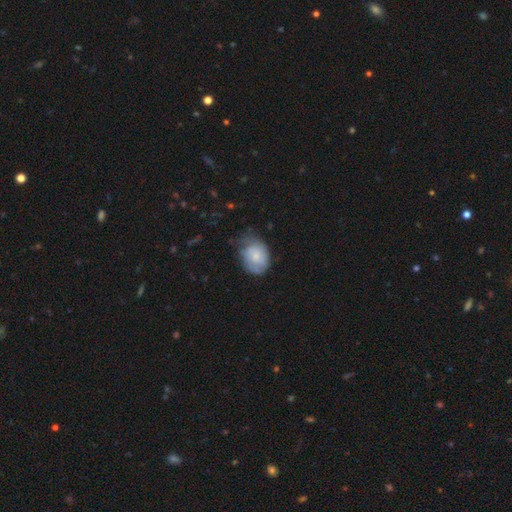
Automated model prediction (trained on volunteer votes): Overall: smooth (57%; featured or disk 36%). How rounded: in between (65%; round 34%). Merging: none (44%; minor disturbance 37%).